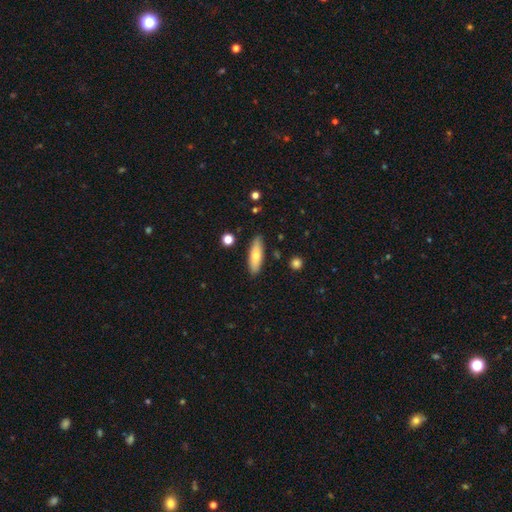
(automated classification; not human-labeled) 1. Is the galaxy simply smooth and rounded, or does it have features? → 70% smooth, 24% featured or disk, 6% star or artifact.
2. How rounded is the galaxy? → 49% in between, 48% cigar-shaped, 2% round.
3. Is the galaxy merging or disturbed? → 87% none, 9% minor disturbance, 2% merger, 2% major disturbance.